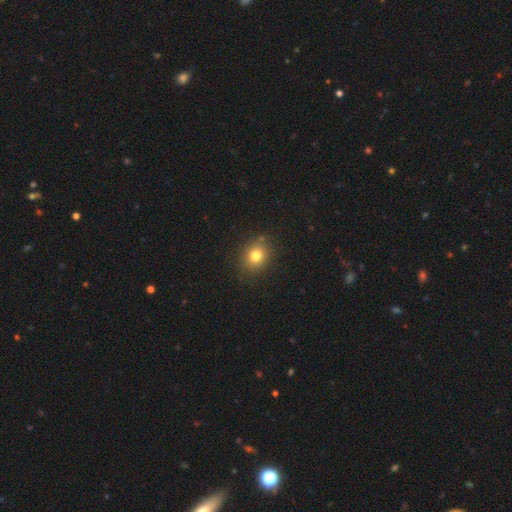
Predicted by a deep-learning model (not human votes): Morphology: type=smooth (79%); roundness=round (58%); merging=none (85%).